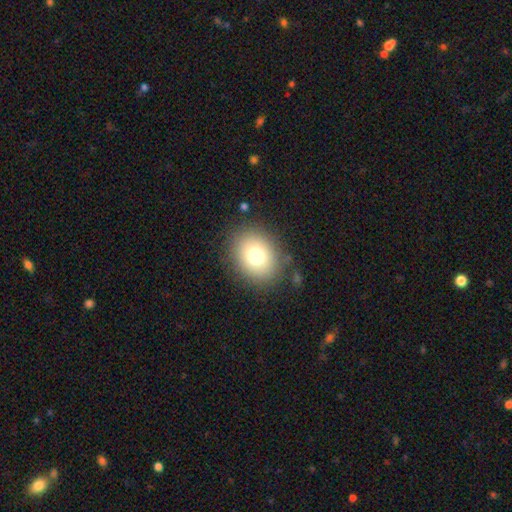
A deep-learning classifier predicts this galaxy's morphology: smooth 74%, featured or disk 13%, star or artifact 13%. Down the decision tree: how rounded — round (58%); merging — none (84%).